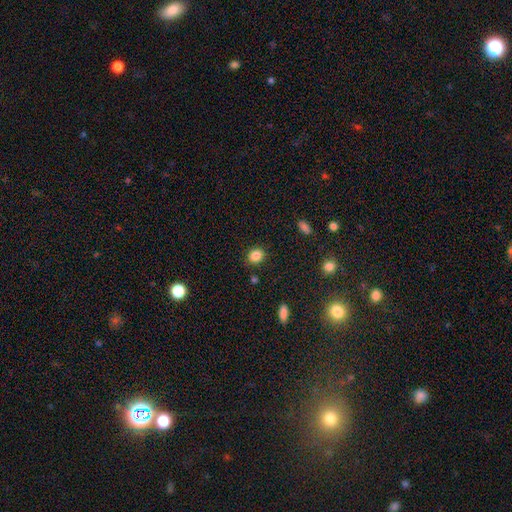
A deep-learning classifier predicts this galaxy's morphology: Q: Smooth or featured?
A: smooth (85%); runner-up: star or artifact (10%)
Q: How rounded?
A: round (60%); runner-up: in between (39%)
Q: Merging?
A: none (86%); runner-up: minor disturbance (9%)